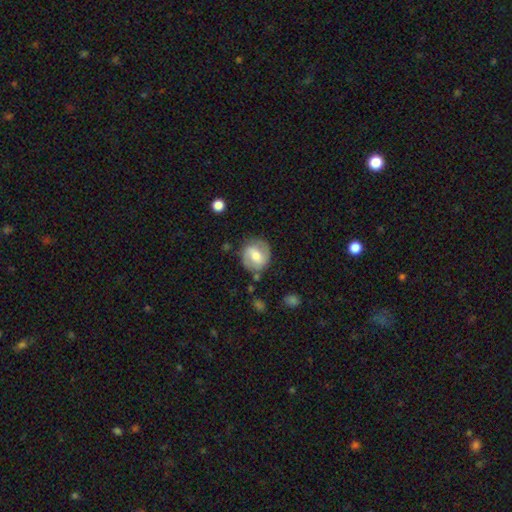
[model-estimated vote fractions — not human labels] Smooth or featured?
  - featured or disk: 59% *
  - smooth: 35%
  - star or artifact: 6%
Edge-on disk?
  - no: 97% *
  - yes: 3%
Bar?
  - weak: 49% *
  - strong: 28%
  - no: 24%
Spiral arms?
  - yes: 82% *
  - no: 18%
Bulge size?
  - moderate: 61% *
  - small: 22%
  - large: 13%
  - none: 3%
  - dominant: 1%
Merging?
  - none: 76% *
  - minor disturbance: 16%
  - major disturbance: 5%
  - merger: 3%